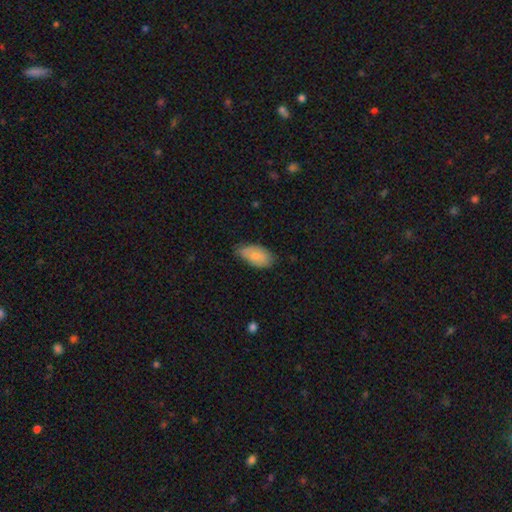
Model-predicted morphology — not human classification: Q: Smooth or featured?
A: smooth (78%); runner-up: featured or disk (15%)
Q: How rounded?
A: in between (94%); runner-up: round (4%)
Q: Merging?
A: none (61%); runner-up: minor disturbance (32%)